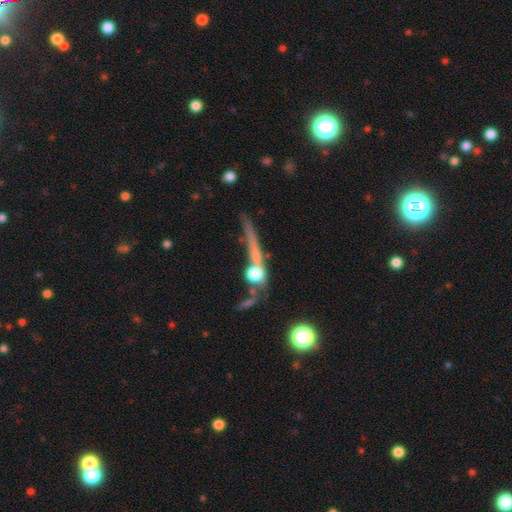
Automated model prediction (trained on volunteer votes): Smooth or featured?
  - featured or disk: 52% *
  - smooth: 27%
  - star or artifact: 21%
Edge-on disk?
  - yes: 81% *
  - no: 19%
Merging?
  - none: 54% *
  - merger: 22%
  - minor disturbance: 14%
  - major disturbance: 11%